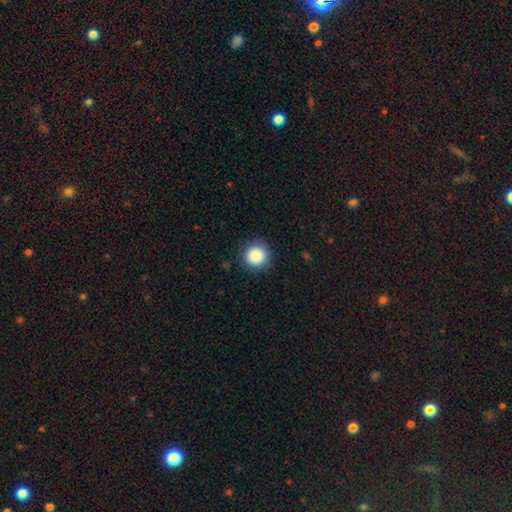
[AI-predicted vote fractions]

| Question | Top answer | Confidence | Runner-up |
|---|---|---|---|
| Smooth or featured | smooth | 88% | star or artifact (9%) |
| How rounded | round | 95% | in between (4%) |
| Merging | none | 90% | minor disturbance (7%) |